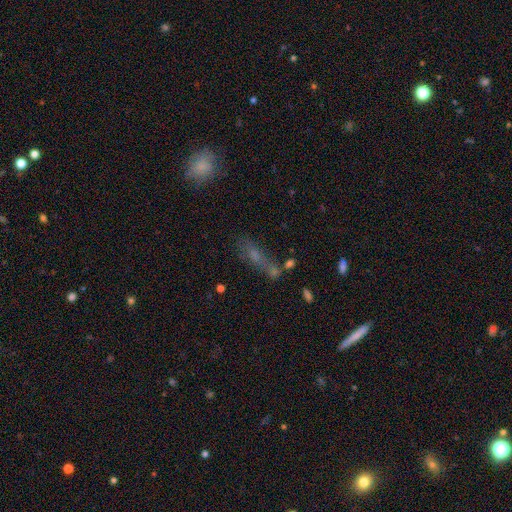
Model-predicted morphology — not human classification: A smooth galaxy with no disk features (45%).

Vote fractions:
- Smooth or featured? smooth: 45% / featured or disk: 30% / star or artifact: 25%
- Merging? none: 45% / merger: 28% / minor disturbance: 15% / major disturbance: 12%